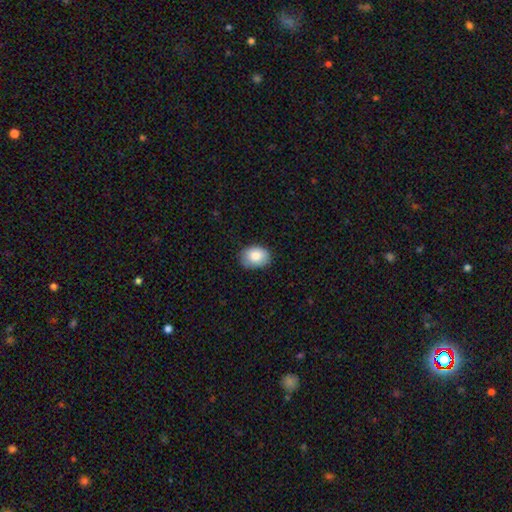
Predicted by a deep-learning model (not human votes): smooth-or-featured: smooth: 85% | featured or disk: 8% | star or artifact: 7%
  how-rounded: in between: 71% | round: 28% | cigar-shaped: 1%
  merging: none: 77% | minor disturbance: 19% | major disturbance: 3% | merger: 1%